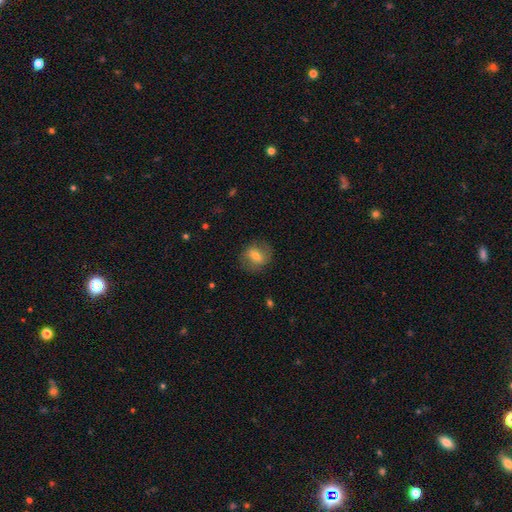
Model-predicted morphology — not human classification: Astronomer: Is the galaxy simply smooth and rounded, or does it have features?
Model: smooth — 62%.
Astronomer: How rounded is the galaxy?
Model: round — 54% (runner-up: in between, 44%).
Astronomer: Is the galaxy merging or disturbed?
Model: none — 77%.